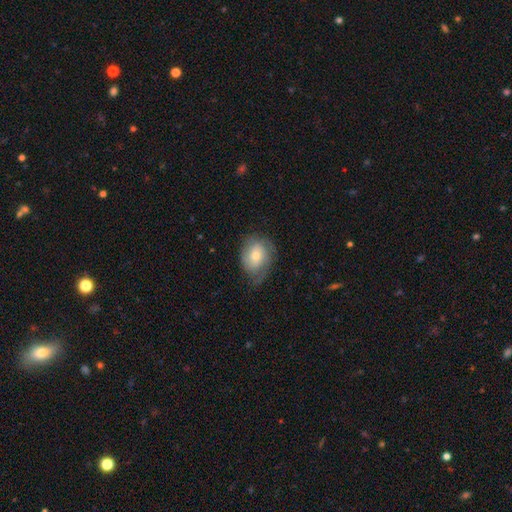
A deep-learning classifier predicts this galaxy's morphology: Smooth or featured: smooth — 54% (featured or disk — 39%)
How rounded: in between — 55% (round — 44%)
Merging: none — 55% (minor disturbance — 30%)